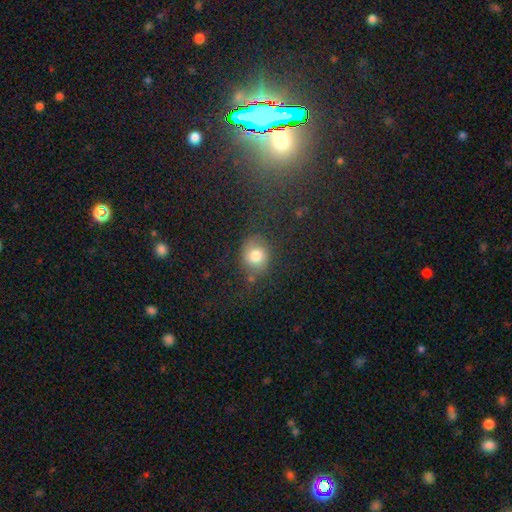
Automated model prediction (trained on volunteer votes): smooth_or_featured: smooth (p=0.77) [alt: star or artifact p=0.11]
how_rounded: round (p=0.65) [alt: in between p=0.34]
merging: none (p=0.72) [alt: minor disturbance p=0.17]